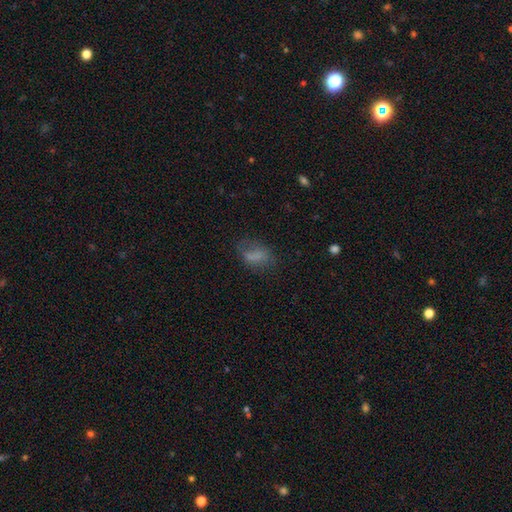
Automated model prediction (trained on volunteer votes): Smooth or featured? Predicted: smooth (p=0.66). How rounded? Predicted: in between (p=0.81). Merging? Predicted: none (p=0.50).